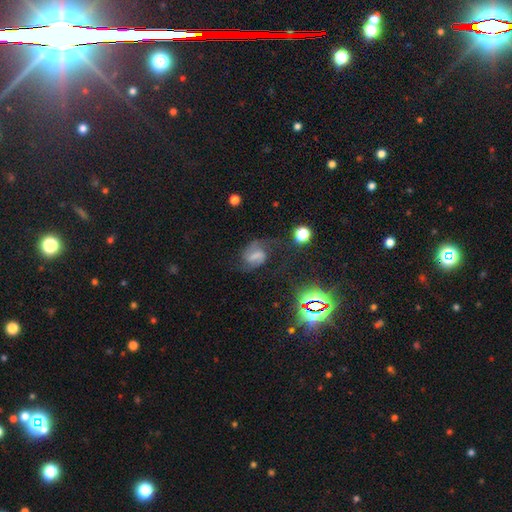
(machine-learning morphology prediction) This is likely a featured or disk galaxy (68%). It is clearly not viewed edge-on (97%). Bar: marginally weak (45%). Spiral arm pattern: clearly yes (92%). Spiral arm count: clearly 2 (88%). Spiral winding: possibly medium (50%). Central bulge: possibly none (46%). Merging: likely none (60%).